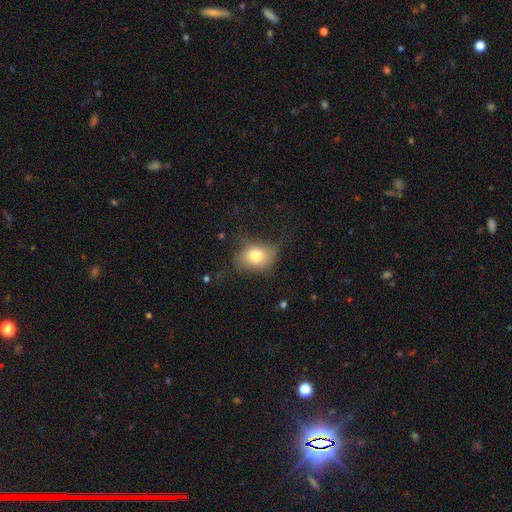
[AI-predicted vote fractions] smooth_or_featured: smooth (p=0.73) [alt: featured or disk p=0.16]
how_rounded: in between (p=0.63) [alt: round p=0.36]
merging: none (p=0.53) [alt: minor disturbance p=0.29]